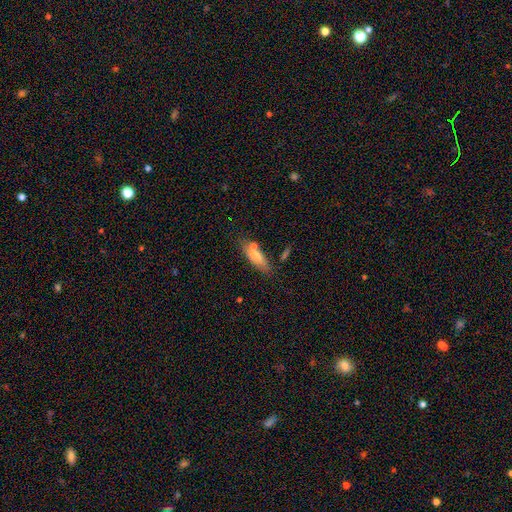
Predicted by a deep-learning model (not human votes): smooth-or-featured: smooth: 70% | featured or disk: 23% | star or artifact: 8%
  how-rounded: in between: 57% | cigar-shaped: 40% | round: 3%
  merging: none: 66% | minor disturbance: 16% | merger: 13% | major disturbance: 4%